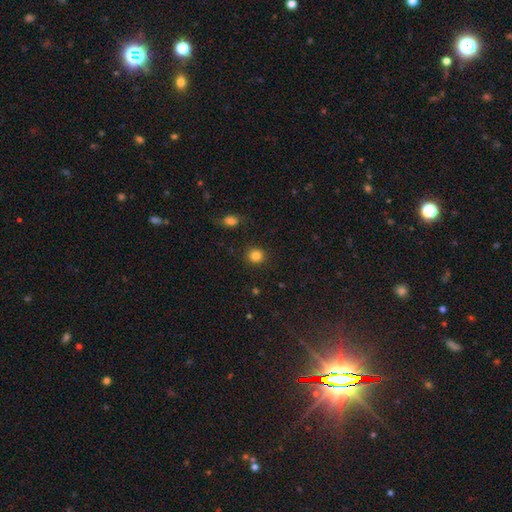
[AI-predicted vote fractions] Overall: smooth (84%). How rounded: round (87%). Merging: none (89%).